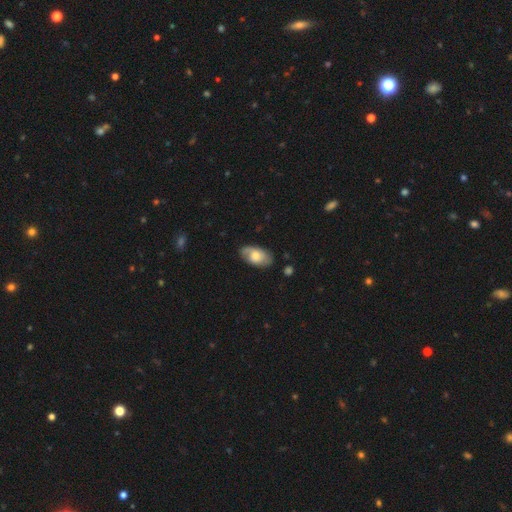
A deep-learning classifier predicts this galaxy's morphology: smooth-or-featured: smooth: 53% | featured or disk: 41% | star or artifact: 7%
  how-rounded: in between: 92% | round: 6% | cigar-shaped: 2%
  merging: none: 74% | minor disturbance: 20% | major disturbance: 5% | merger: 2%